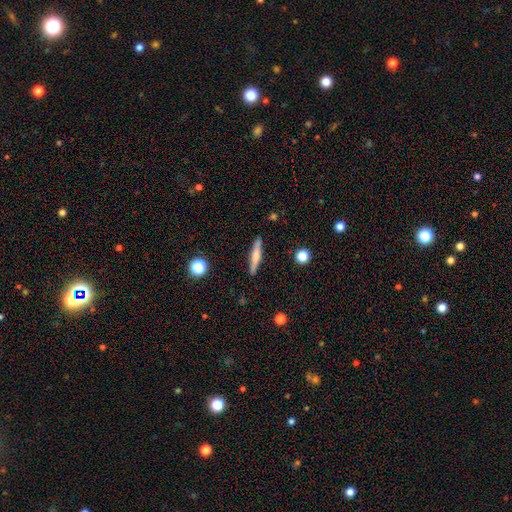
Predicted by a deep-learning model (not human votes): Smooth or featured: smooth — 58% (featured or disk — 35%)
How rounded: cigar-shaped — 90% (in between — 8%)
Merging: none — 88% (minor disturbance — 9%)